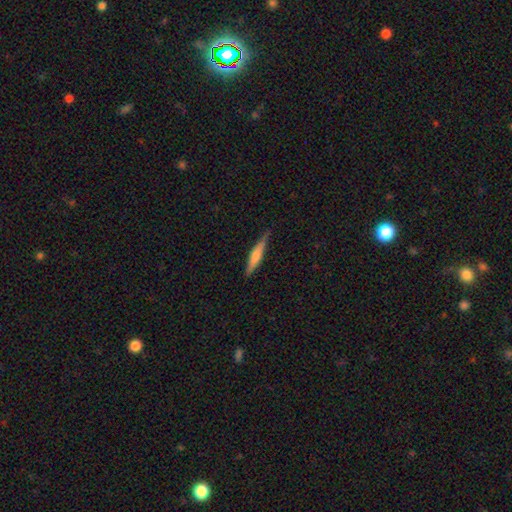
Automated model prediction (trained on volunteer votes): Morphology: type=smooth (48%); merging=none (84%).